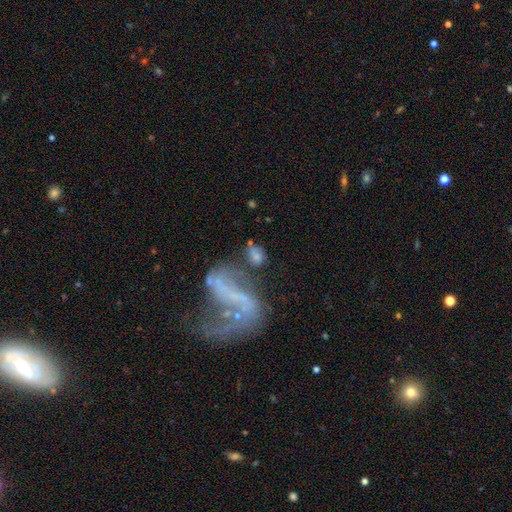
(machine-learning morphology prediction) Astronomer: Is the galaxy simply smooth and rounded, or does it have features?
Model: smooth — 56%.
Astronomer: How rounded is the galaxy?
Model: in between — 65%.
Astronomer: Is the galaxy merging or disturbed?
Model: none — 40% (runner-up: merger, 22%).